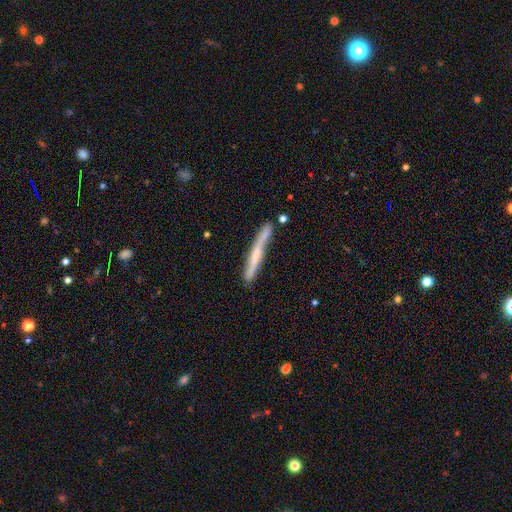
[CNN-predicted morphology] A featured or disk galaxy (47%, tied with smooth). Merging: none (71%).